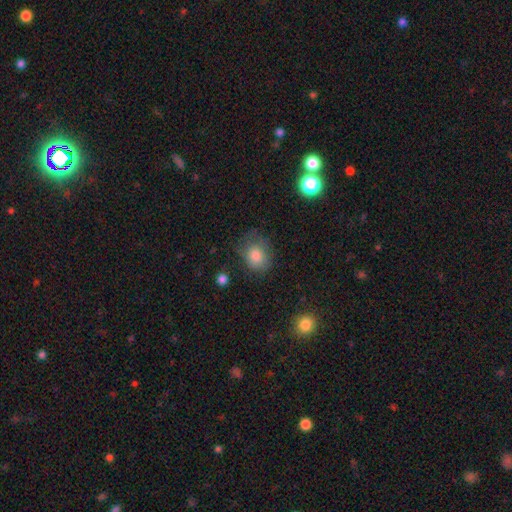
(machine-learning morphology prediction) smooth 80%, star or artifact 10%, featured or disk 10%. Down the decision tree: how rounded — round (55%); merging — none (58%).